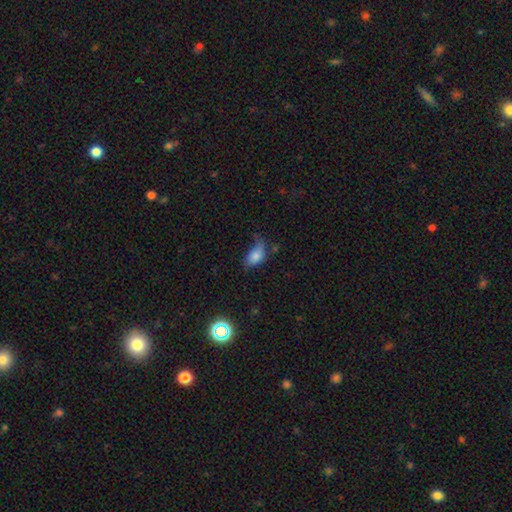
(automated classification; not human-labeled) Q: Smooth or featured?
A: smooth (78%); runner-up: featured or disk (12%)
Q: How rounded?
A: in between (89%); runner-up: round (7%)
Q: Merging?
A: none (40%); runner-up: minor disturbance (37%)